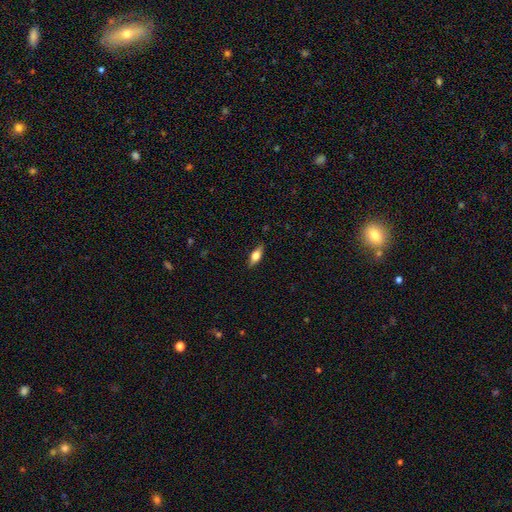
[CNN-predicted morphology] smooth-or-featured: smooth: 55% | featured or disk: 38% | star or artifact: 7%
  how-rounded: in between: 65% | cigar-shaped: 31% | round: 4%
  merging: none: 87% | minor disturbance: 10% | major disturbance: 2% | merger: 1%